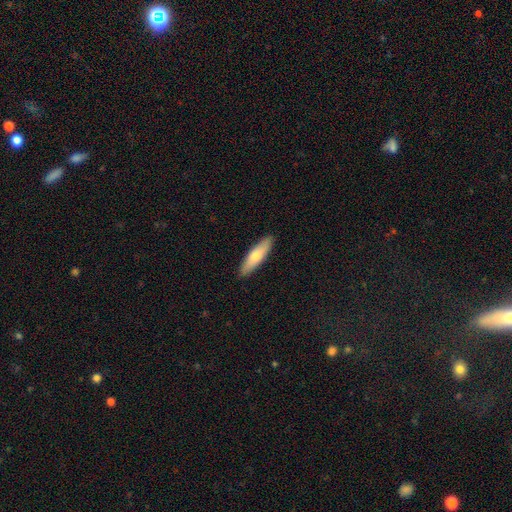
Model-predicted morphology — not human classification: smooth_or_featured: smooth (p=0.70) [alt: featured or disk p=0.25]
how_rounded: cigar-shaped (p=0.68) [alt: in between p=0.31]
merging: none (p=0.90) [alt: minor disturbance p=0.08]